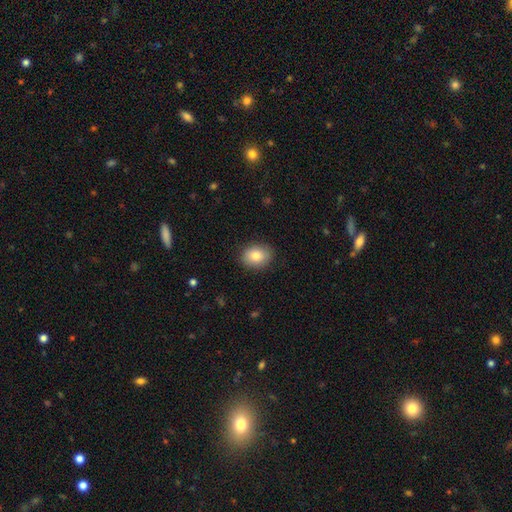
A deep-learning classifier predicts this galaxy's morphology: This appears to be a smooth galaxy with no disk features (82%) that is in between round and cigar-shaped (57%). Merging: none (86%).